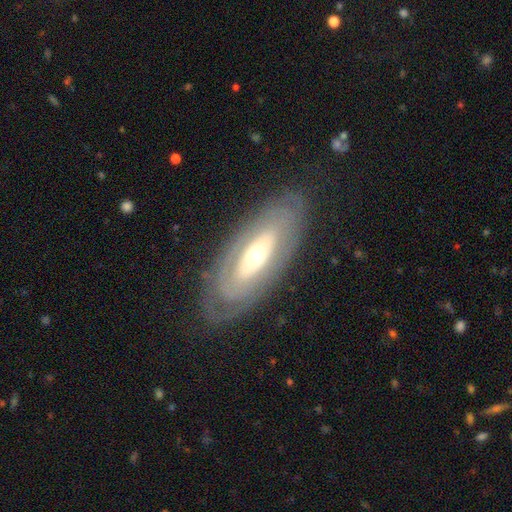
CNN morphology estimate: Smooth or featured? Predicted: featured or disk (p=0.70). Edge-on disk? Predicted: no (p=0.85). Bar? Predicted: no (p=0.75). Spiral arms? Predicted: no (p=0.52). Bulge size? Predicted: moderate (p=0.46). Merging? Predicted: none (p=0.80).